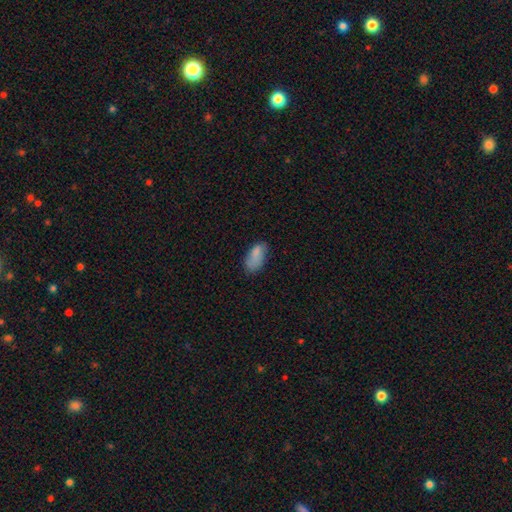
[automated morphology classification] A smooth galaxy with no disk features (81%) that is in between round and cigar-shaped (92%).

Vote fractions:
- Smooth or featured? smooth: 81% / featured or disk: 11% / star or artifact: 8%
- How rounded? in between: 92% / cigar-shaped: 4% / round: 3%
- Merging? none: 59% / minor disturbance: 29% / major disturbance: 9% / merger: 3%